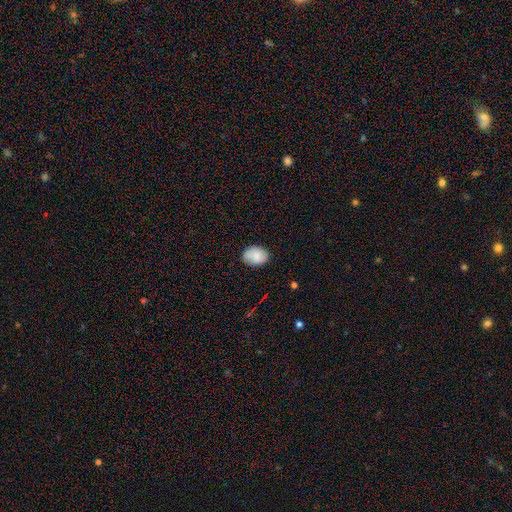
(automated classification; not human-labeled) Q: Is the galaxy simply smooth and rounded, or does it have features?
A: smooth — 85%.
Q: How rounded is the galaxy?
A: in between — 73%.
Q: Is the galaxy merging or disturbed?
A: none — 80%.